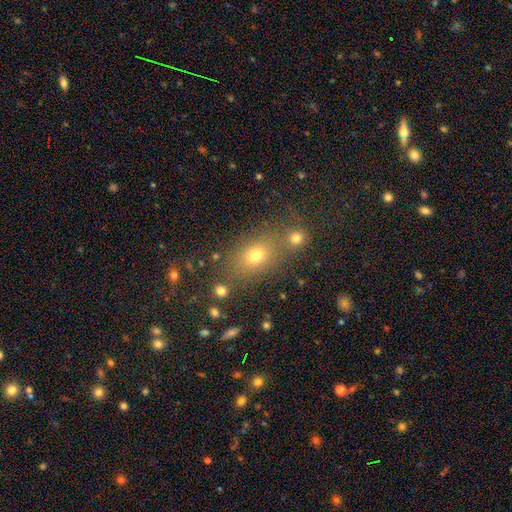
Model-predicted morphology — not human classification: A smooth galaxy with no disk features (68%) that is in between round and cigar-shaped (60%).

Vote fractions:
- Smooth or featured? smooth: 68% / star or artifact: 19% / featured or disk: 13%
- How rounded? in between: 60% / round: 38% / cigar-shaped: 3%
- Merging? none: 63% / merger: 20% / minor disturbance: 11% / major disturbance: 5%